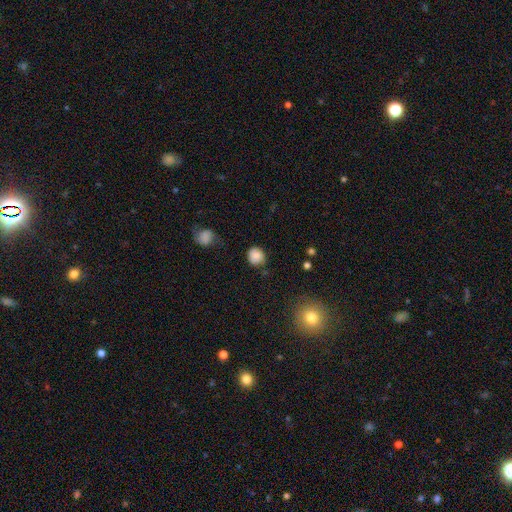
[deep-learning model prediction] smooth_or_featured: smooth (p=0.85) [alt: star or artifact p=0.10]
how_rounded: round (p=0.86) [alt: in between p=0.13]
merging: none (p=0.81) [alt: minor disturbance p=0.13]